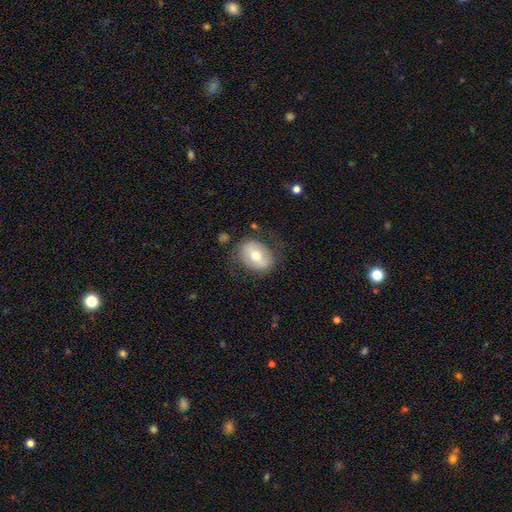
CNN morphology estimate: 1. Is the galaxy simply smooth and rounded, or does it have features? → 54% smooth, 38% featured or disk, 8% star or artifact.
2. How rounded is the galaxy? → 59% in between, 40% round, 1% cigar-shaped.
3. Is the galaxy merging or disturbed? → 73% none, 17% minor disturbance, 8% major disturbance, 2% merger.